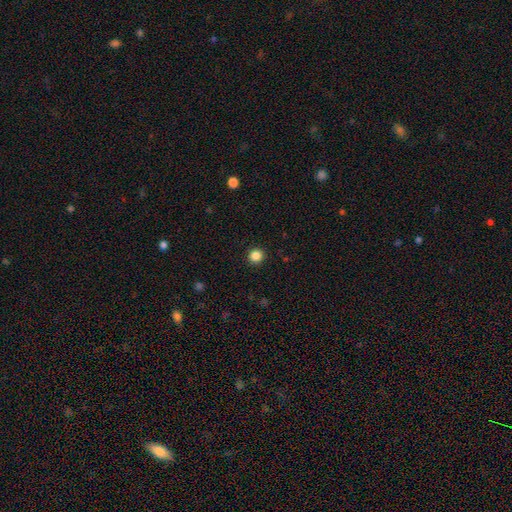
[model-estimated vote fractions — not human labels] Morphology: type=smooth (85%); roundness=round (94%); merging=none (93%).